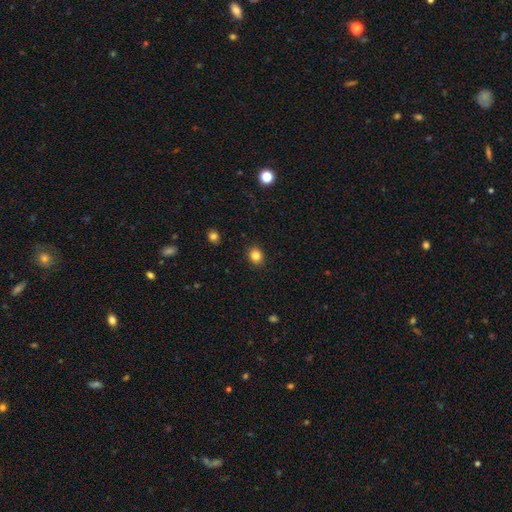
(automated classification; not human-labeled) Smooth or featured?
  - smooth: 84% *
  - star or artifact: 11%
  - featured or disk: 5%
How rounded?
  - round: 62% *
  - in between: 37%
  - cigar-shaped: 1%
Merging?
  - none: 90% *
  - minor disturbance: 7%
  - major disturbance: 2%
  - merger: 1%